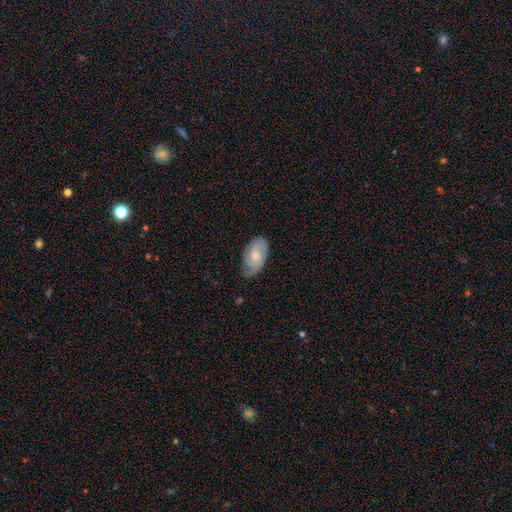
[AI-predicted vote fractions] Smooth or featured?
  - smooth: 49% *
  - featured or disk: 45%
  - star or artifact: 6%
Merging?
  - none: 66% *
  - minor disturbance: 27%
  - major disturbance: 6%
  - merger: 1%